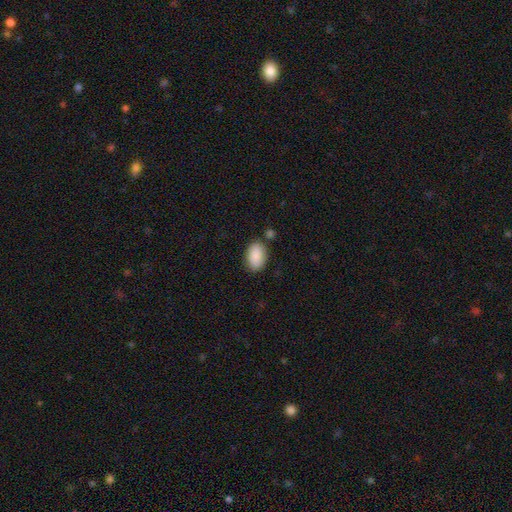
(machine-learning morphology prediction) smooth_or_featured: smooth (p=0.89) [alt: star or artifact p=0.06]
how_rounded: in between (p=0.93) [alt: round p=0.06]
merging: none (p=0.79) [alt: minor disturbance p=0.13]